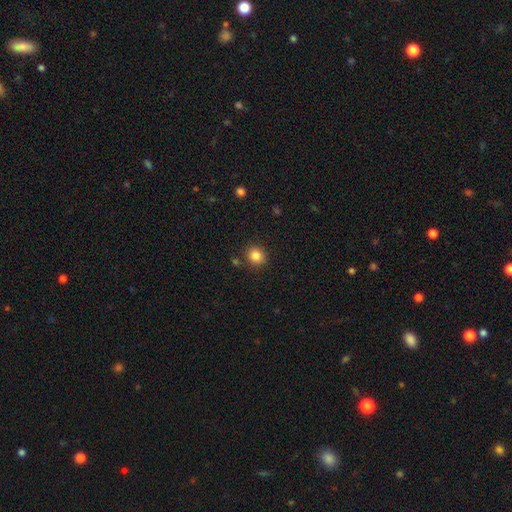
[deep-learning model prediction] A smooth galaxy with no disk features (84%) that is round (80%). Merging: none (86%).